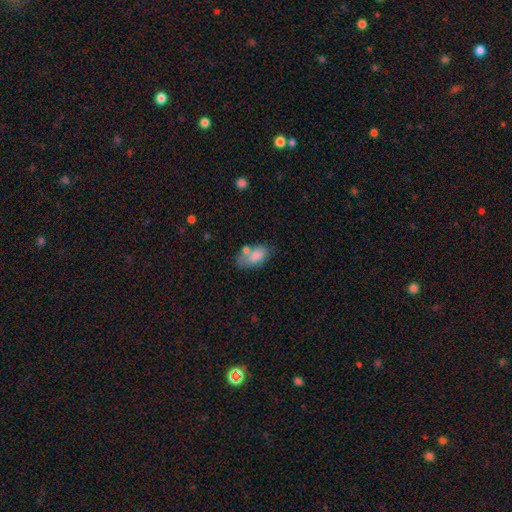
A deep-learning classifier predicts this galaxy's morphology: smooth_or_featured: smooth (p=0.79) [alt: featured or disk p=0.14]
how_rounded: in between (p=0.92) [alt: round p=0.06]
merging: none (p=0.51) [alt: minor disturbance p=0.22]